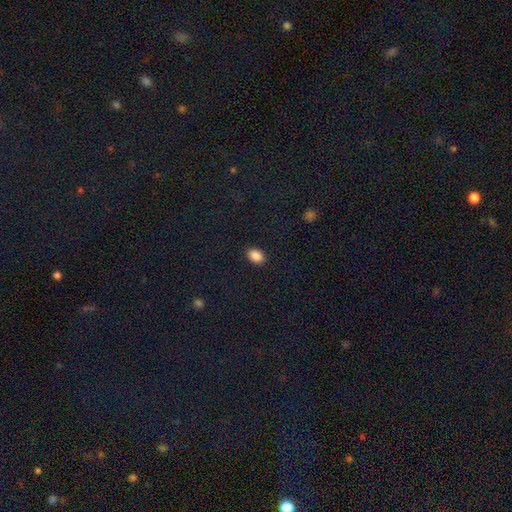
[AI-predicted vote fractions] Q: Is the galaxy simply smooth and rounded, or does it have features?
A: smooth — 88%.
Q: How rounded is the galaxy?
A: in between — 76%.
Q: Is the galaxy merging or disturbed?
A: none — 89%.